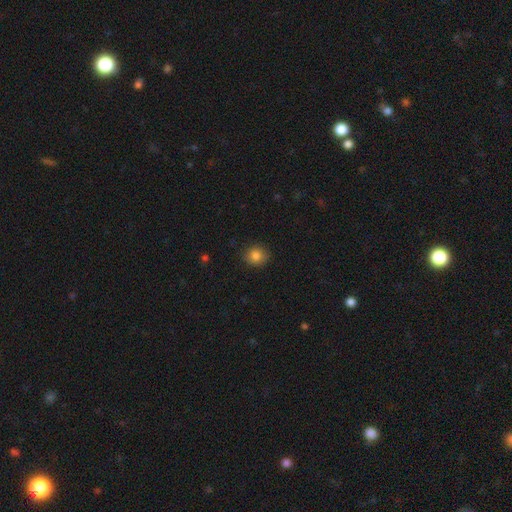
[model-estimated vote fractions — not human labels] Smooth or featured: smooth — 83% (star or artifact — 11%)
How rounded: round — 80% (in between — 19%)
Merging: none — 87% (minor disturbance — 9%)